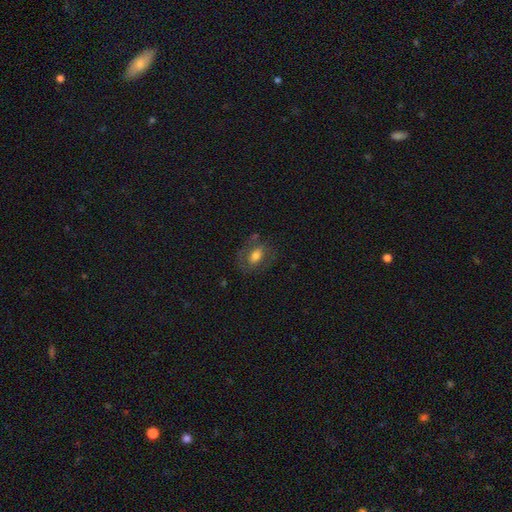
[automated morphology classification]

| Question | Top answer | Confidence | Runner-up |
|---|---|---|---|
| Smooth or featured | smooth | 55% | featured or disk (37%) |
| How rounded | in between | 79% | round (19%) |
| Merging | none | 64% | minor disturbance (19%) |